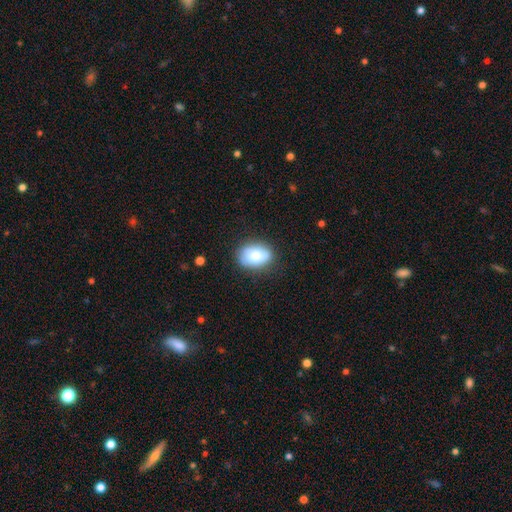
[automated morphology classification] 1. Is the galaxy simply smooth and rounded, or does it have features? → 75% smooth, 18% featured or disk, 8% star or artifact.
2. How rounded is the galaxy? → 74% in between, 25% round, 1% cigar-shaped.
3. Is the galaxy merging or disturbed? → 75% none, 19% minor disturbance, 5% major disturbance, 2% merger.